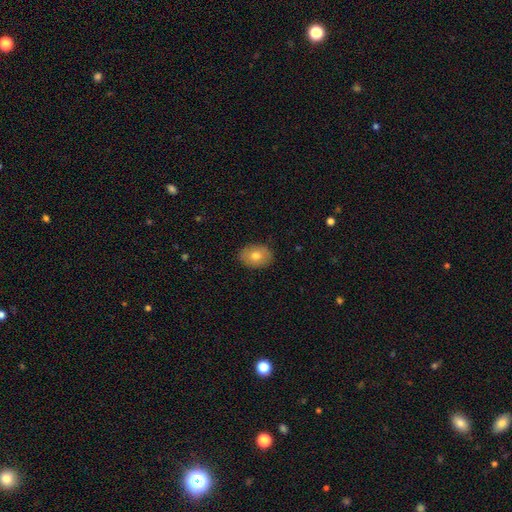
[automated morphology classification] Smooth or featured? smooth (74%)
How rounded? in between (66%)
Merging? none (88%)